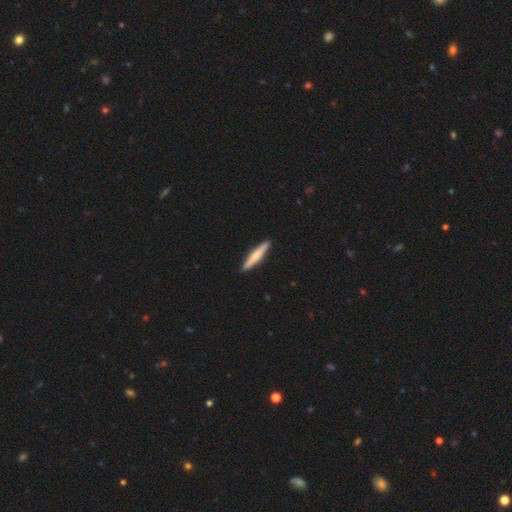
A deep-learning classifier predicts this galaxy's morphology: Smooth or featured?
  - smooth: 57% *
  - featured or disk: 38%
  - star or artifact: 5%
How rounded?
  - cigar-shaped: 93% *
  - in between: 6%
  - round: 1%
Merging?
  - none: 92% *
  - minor disturbance: 6%
  - major disturbance: 1%
  - merger: 1%